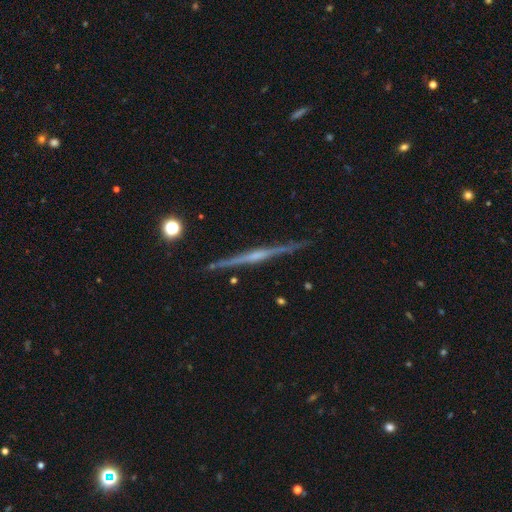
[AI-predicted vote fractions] Smooth or featured? Predicted: featured or disk (p=0.83). Edge-on disk? Predicted: yes (p=0.98). Edge-on bulge? Predicted: rounded (p=0.62). Merging? Predicted: none (p=0.91).